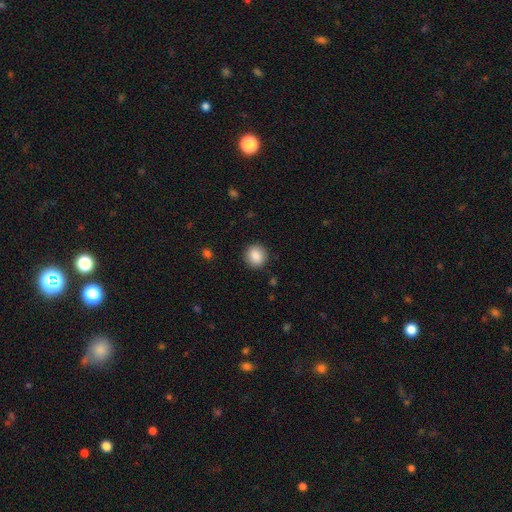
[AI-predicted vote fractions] smooth_or_featured: smooth (p=0.87) [alt: star or artifact p=0.08]
how_rounded: round (p=0.87) [alt: in between p=0.12]
merging: none (p=0.90) [alt: minor disturbance p=0.07]